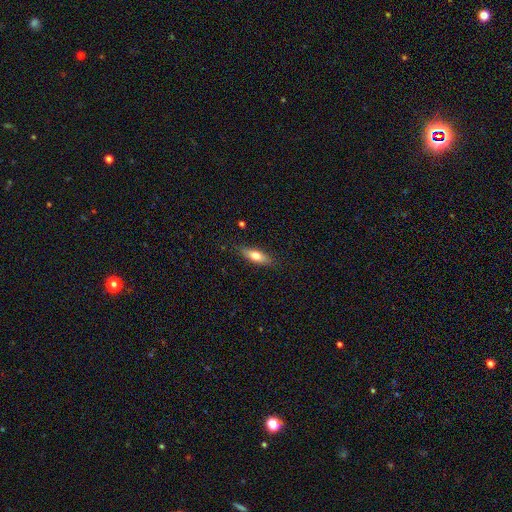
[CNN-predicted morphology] This appears to be a smooth galaxy with no disk features (68%) that is in between round and cigar-shaped (54%). Merging: none (85%).